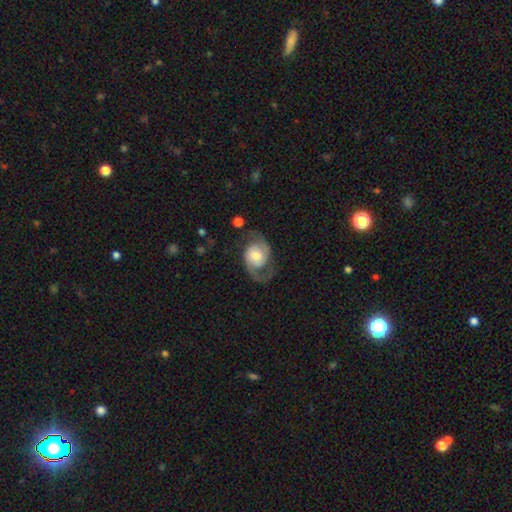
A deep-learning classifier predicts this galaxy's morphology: A featured or disk galaxy (80%) with no bar (60%), 2 (86%) medium (48%) spiral arms (95%) and a moderate central bulge (48%).

Vote fractions:
- Smooth or featured? featured or disk: 80% / smooth: 15% / star or artifact: 6%
- Edge-on disk? no: 98% / yes: 2%
- Bar? no: 60% / weak: 34% / strong: 6%
- Spiral arms? yes: 95% / no: 5%
- Spiral winding? medium: 48% / loose: 29% / tight: 22%
- Spiral arm count? 2: 86% / 1: 7% / can't tell: 4% / 3: 1% / 4: 1% / more than 4: 1%
- Bulge size? moderate: 48% / large: 24% / small: 19% / none: 5% / dominant: 3%
- Merging? none: 61% / minor disturbance: 19% / major disturbance: 18% / merger: 2%